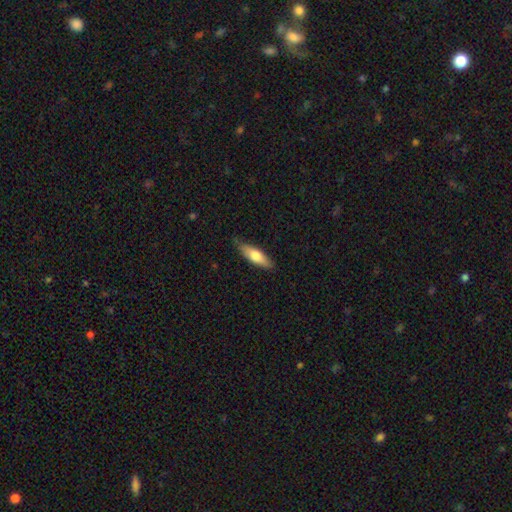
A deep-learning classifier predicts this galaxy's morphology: The model was most divided on "how rounded": in between: 50%, cigar-shaped: 48%, round: 2%. More confident: merging — none (78%); smooth or featured — smooth (67%).